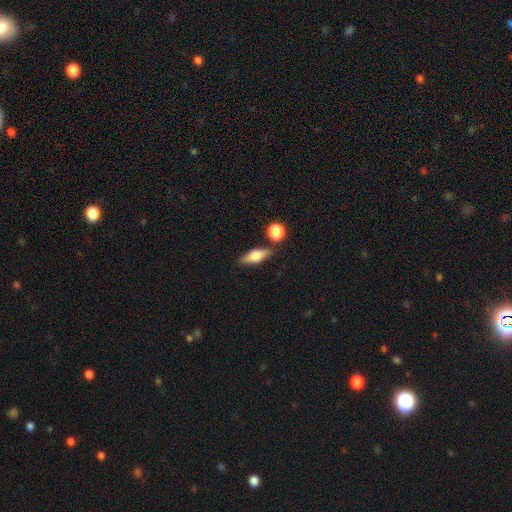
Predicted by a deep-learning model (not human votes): Smooth or featured? smooth (55%)
How rounded? in between (62%)
Merging? none (76%)